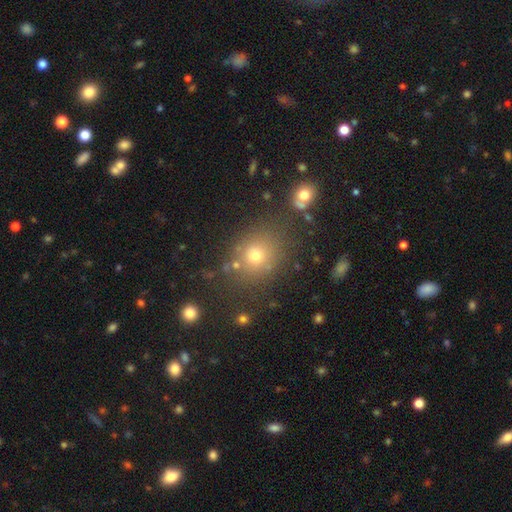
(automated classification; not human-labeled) Smooth or featured? smooth (69%)
How rounded? round (69%)
Merging? none (76%)